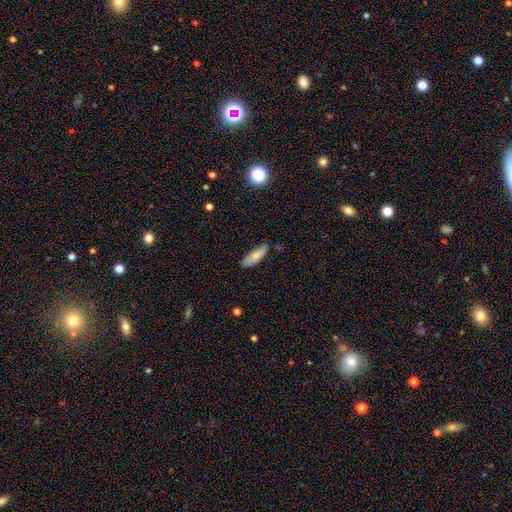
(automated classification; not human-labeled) smooth-or-featured: smooth: 78% | featured or disk: 15% | star or artifact: 7%
  how-rounded: in between: 55% | cigar-shaped: 43% | round: 2%
  merging: none: 71% | minor disturbance: 23% | major disturbance: 4% | merger: 2%